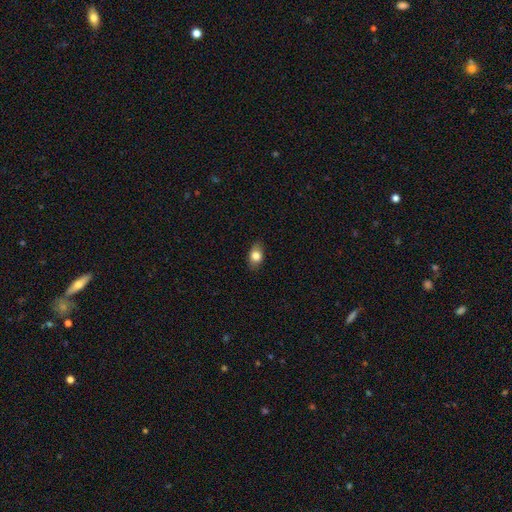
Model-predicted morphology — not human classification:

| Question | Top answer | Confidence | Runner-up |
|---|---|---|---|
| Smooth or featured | smooth | 79% | featured or disk (13%) |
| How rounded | in between | 79% | round (19%) |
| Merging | none | 83% | minor disturbance (13%) |